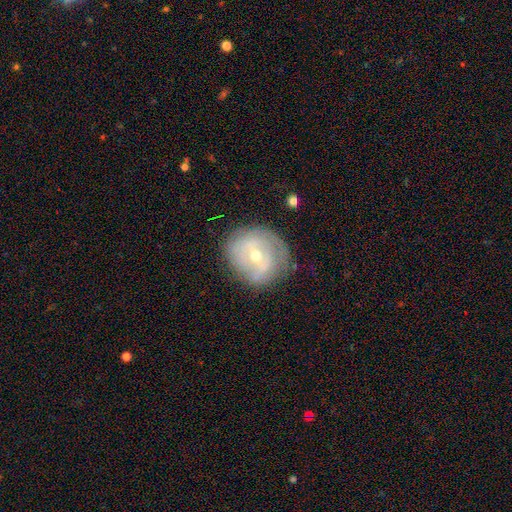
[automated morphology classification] Q: Smooth or featured?
A: featured or disk (64%); runner-up: smooth (28%)
Q: Edge-on disk?
A: no (96%); runner-up: yes (4%)
Q: Bar?
A: no (48%); runner-up: weak (39%)
Q: Spiral arms?
A: yes (68%); runner-up: no (32%)
Q: Bulge size?
A: moderate (49%); runner-up: small (48%)
Q: Merging?
A: none (66%); runner-up: minor disturbance (23%)